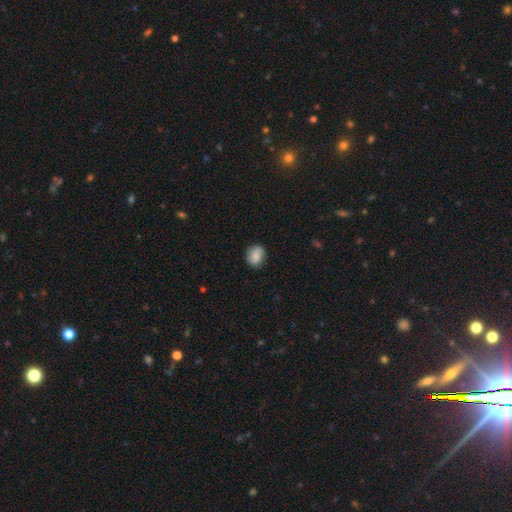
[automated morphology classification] Q: Smooth or featured?
A: smooth (87%); runner-up: star or artifact (8%)
Q: How rounded?
A: in between (50%); runner-up: round (48%)
Q: Merging?
A: none (82%); runner-up: minor disturbance (15%)